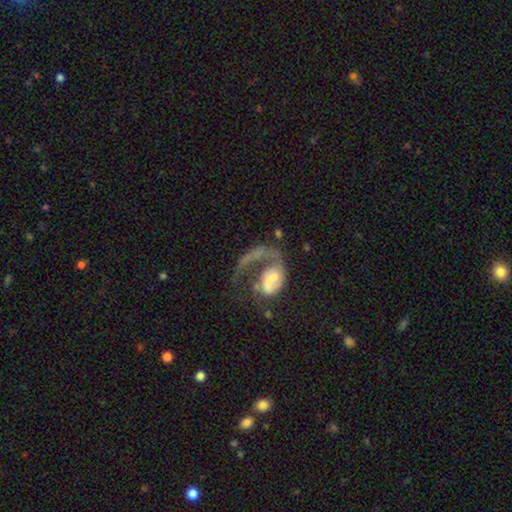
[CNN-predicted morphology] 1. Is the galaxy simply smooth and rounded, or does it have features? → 70% featured or disk, 21% smooth, 10% star or artifact.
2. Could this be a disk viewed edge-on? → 97% no, 3% yes.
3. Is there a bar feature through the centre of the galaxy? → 61% no, 27% weak, 12% strong.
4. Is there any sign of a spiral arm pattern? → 75% yes, 25% no.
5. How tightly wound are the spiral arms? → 49% loose, 31% medium, 20% tight.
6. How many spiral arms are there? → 86% 1, 6% 2, 4% can't tell, 1% 3, 1% more than 4, 1% 4.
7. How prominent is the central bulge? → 29% none, 26% moderate, 26% small, 14% large, 4% dominant.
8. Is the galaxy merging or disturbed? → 51% major disturbance, 28% none, 11% minor disturbance, 11% merger.